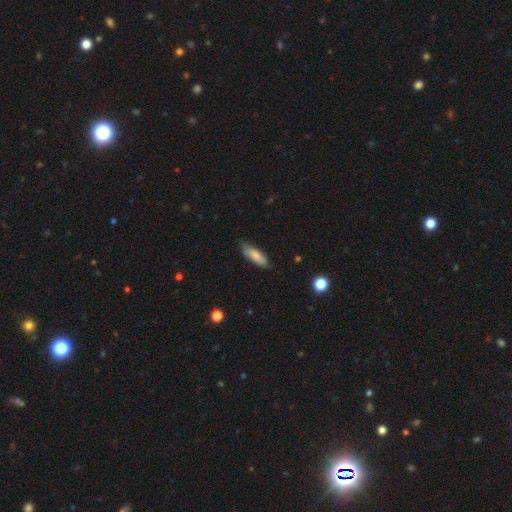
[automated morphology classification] The model was most divided on "how rounded": in between: 54%, cigar-shaped: 45%, round: 2%. More confident: smooth or featured — smooth (78%); merging — none (77%).